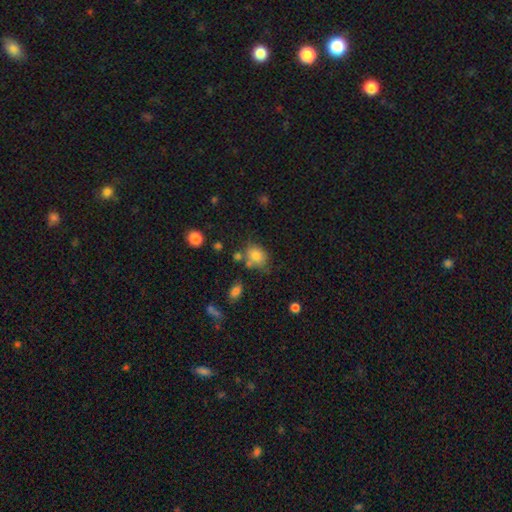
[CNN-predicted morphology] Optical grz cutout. It shows a smooth galaxy with no disk features (79%) that is round (52%). Merging: none (58%).